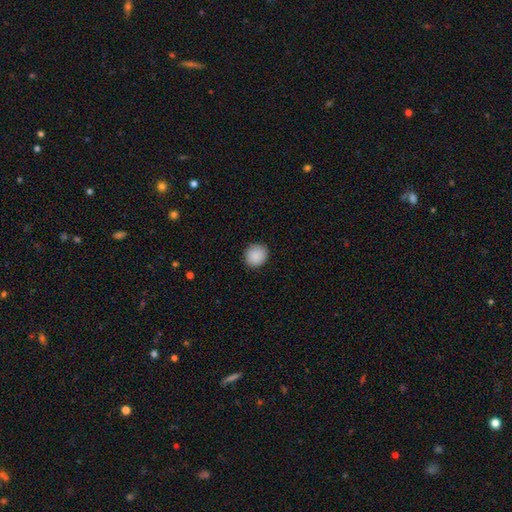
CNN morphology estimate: Overall: smooth (90%). How rounded: round (88%). Merging: none (89%).